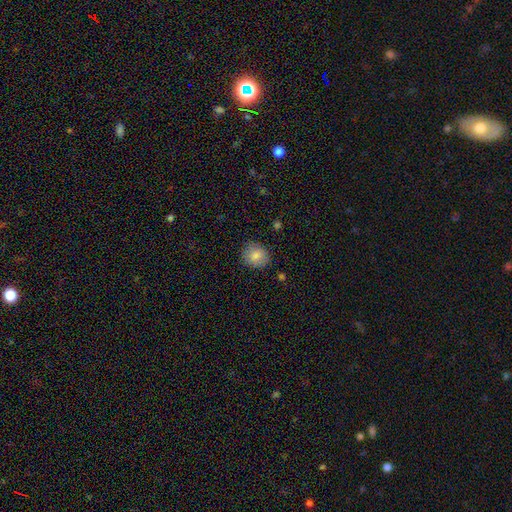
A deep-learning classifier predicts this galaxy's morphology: Smooth or featured? smooth (82%)
How rounded? round (71%)
Merging? none (85%)